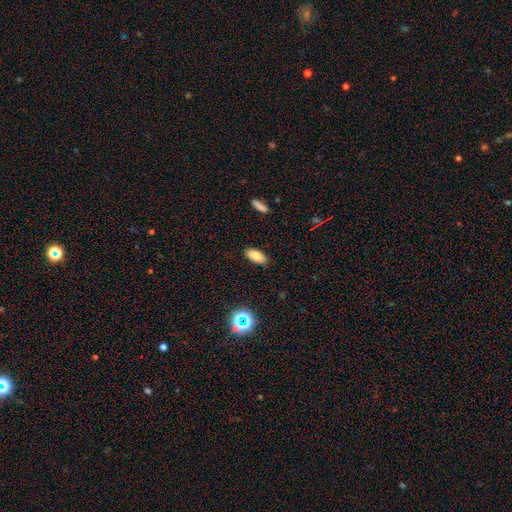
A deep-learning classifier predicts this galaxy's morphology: Q: Smooth or featured?
A: smooth (79%); runner-up: star or artifact (11%)
Q: How rounded?
A: in between (87%); runner-up: cigar-shaped (10%)
Q: Merging?
A: none (87%); runner-up: minor disturbance (9%)